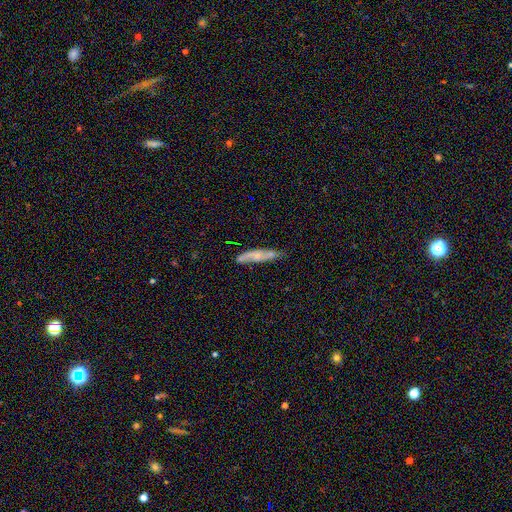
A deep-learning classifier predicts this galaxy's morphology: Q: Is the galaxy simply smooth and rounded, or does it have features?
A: smooth — 50%.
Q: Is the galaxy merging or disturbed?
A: none — 58%.